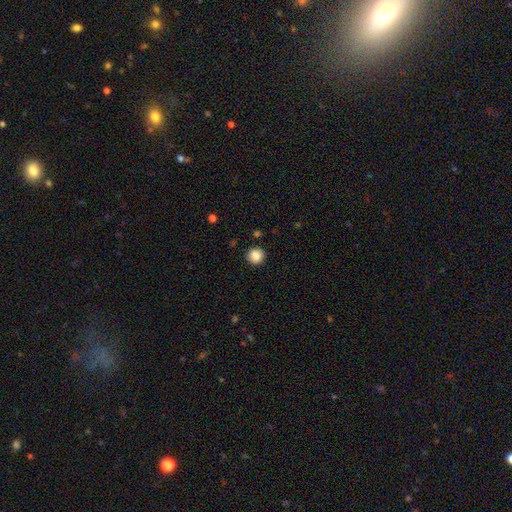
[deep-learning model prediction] Q: Smooth or featured?
A: smooth (85%); runner-up: star or artifact (9%)
Q: How rounded?
A: round (88%); runner-up: in between (11%)
Q: Merging?
A: none (89%); runner-up: minor disturbance (8%)